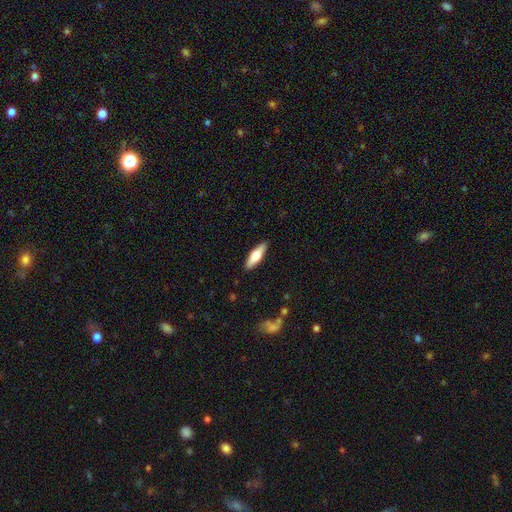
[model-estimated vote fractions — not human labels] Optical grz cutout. It shows a smooth galaxy with no disk features (60%) that is cigar-shaped (52%). Merging: none (89%).